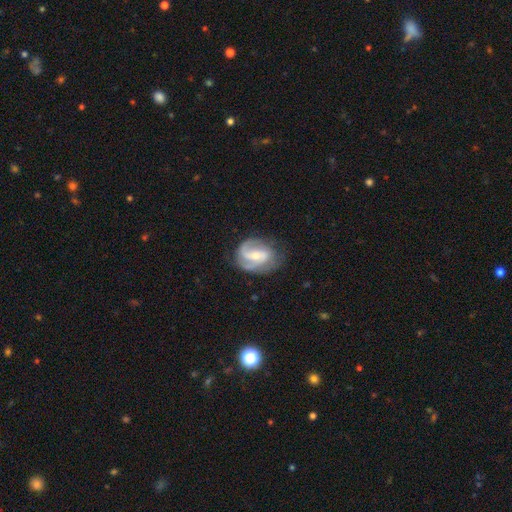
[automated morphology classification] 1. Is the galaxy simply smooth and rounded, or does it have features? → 83% featured or disk, 12% smooth, 5% star or artifact.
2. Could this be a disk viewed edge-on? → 97% no, 3% yes.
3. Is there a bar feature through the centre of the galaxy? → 44% weak, 32% no, 24% strong.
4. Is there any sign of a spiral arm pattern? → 95% yes, 5% no.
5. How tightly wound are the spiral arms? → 49% medium, 26% tight, 25% loose.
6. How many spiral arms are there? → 70% 2, 9% 3, 9% 1, 9% can't tell, 2% 4, 2% more than 4.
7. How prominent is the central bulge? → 52% small, 43% moderate, 2% large, 2% none, 1% dominant.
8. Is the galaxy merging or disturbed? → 66% none, 21% minor disturbance, 11% major disturbance, 2% merger.